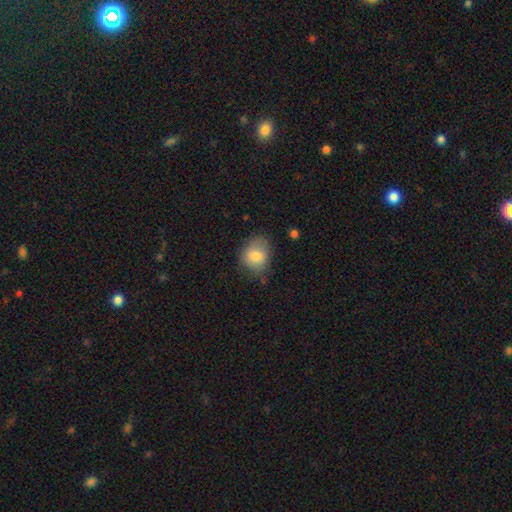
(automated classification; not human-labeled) This appears to be a smooth galaxy with no disk features (78%) that is round (56%). Merging: none (65%).